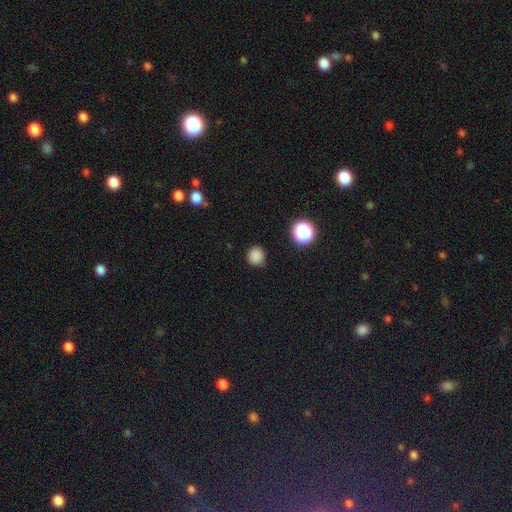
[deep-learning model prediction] smooth_or_featured: smooth (p=0.83) [alt: star or artifact p=0.13]
how_rounded: round (p=0.91) [alt: in between p=0.08]
merging: none (p=0.86) [alt: minor disturbance p=0.10]